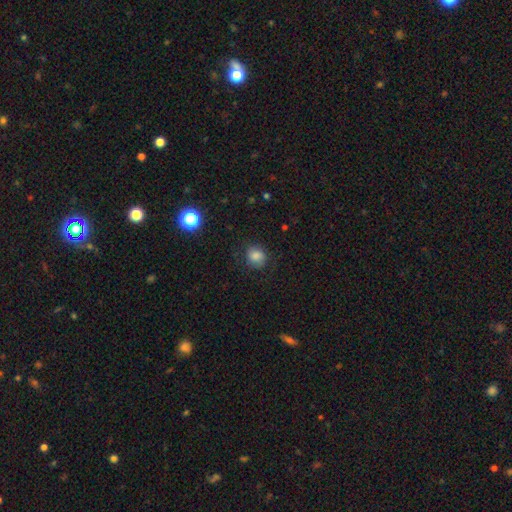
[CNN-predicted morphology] A smooth galaxy with no disk features (81%) that is round (77%).

Vote fractions:
- Smooth or featured? smooth: 81% / star or artifact: 12% / featured or disk: 7%
- How rounded? round: 77% / in between: 22% / cigar-shaped: 1%
- Merging? none: 80% / minor disturbance: 14% / major disturbance: 5% / merger: 1%